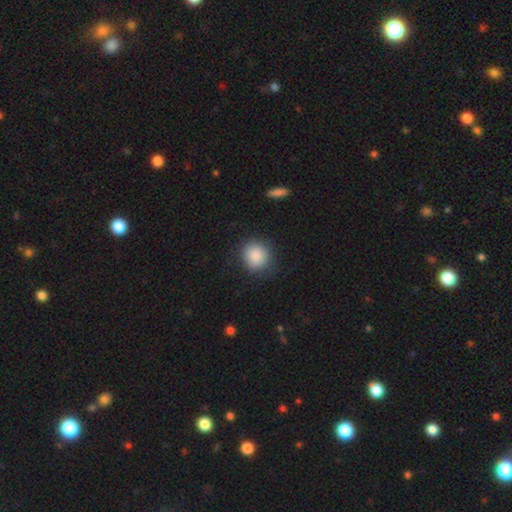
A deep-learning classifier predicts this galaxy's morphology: type=smooth (86%); roundness=round (89%); merging=none (83%).